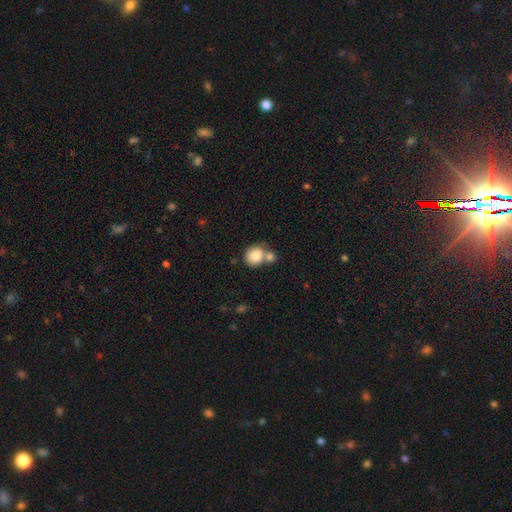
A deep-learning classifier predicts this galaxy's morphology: Smooth or featured? smooth (85%)
How rounded? round (75%)
Merging? merger (43%)